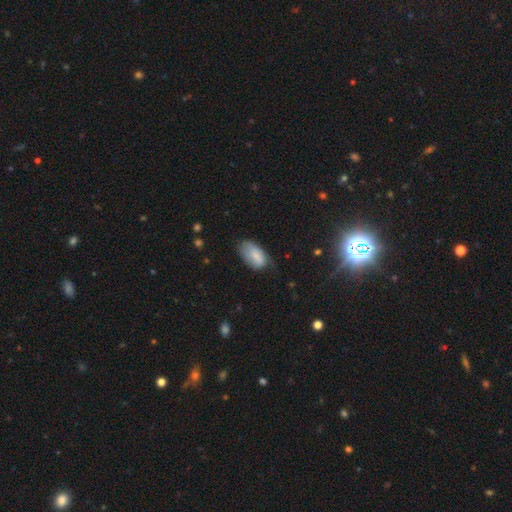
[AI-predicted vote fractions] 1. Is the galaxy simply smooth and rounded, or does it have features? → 76% smooth, 16% featured or disk, 7% star or artifact.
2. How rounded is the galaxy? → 94% in between, 4% round, 3% cigar-shaped.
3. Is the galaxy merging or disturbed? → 49% none, 38% minor disturbance, 11% major disturbance, 2% merger.